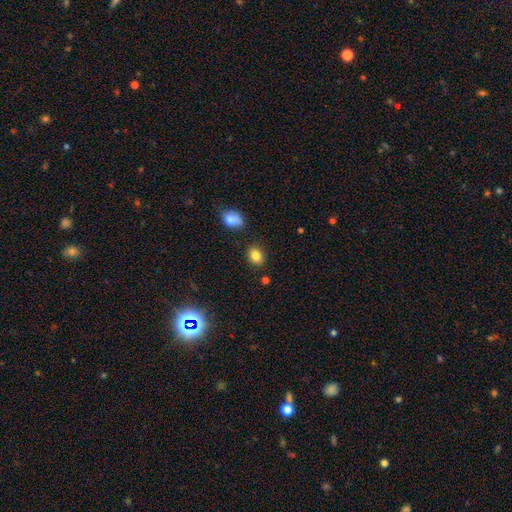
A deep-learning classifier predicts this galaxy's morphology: A smooth galaxy with no disk features (83%) that is in between round and cigar-shaped (60%).

Vote fractions:
- Smooth or featured? smooth: 83% / star or artifact: 10% / featured or disk: 7%
- How rounded? in between: 60% / round: 39% / cigar-shaped: 1%
- Merging? none: 83% / minor disturbance: 11% / merger: 4% / major disturbance: 3%